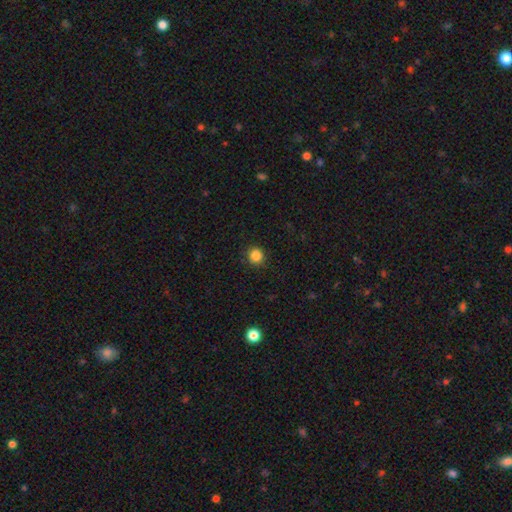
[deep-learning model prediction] A smooth galaxy with no disk features (86%) that is round (92%).

Vote fractions:
- Smooth or featured? smooth: 86% / star or artifact: 11% / featured or disk: 3%
- How rounded? round: 92% / in between: 7% / cigar-shaped: 1%
- Merging? none: 90% / minor disturbance: 7% / major disturbance: 2% / merger: 1%